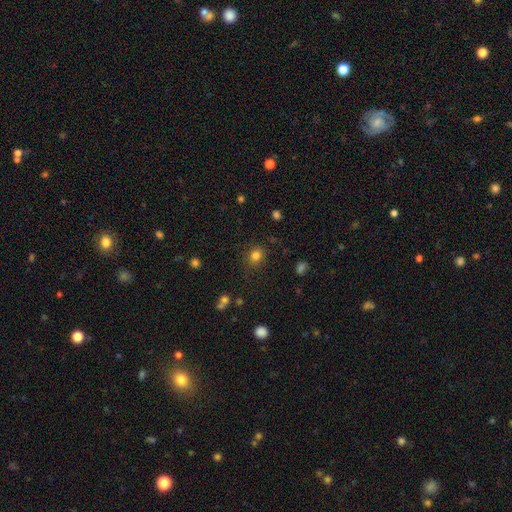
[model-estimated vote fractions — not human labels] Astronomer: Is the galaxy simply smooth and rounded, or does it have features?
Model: smooth — 80%.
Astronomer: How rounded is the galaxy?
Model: round — 77%.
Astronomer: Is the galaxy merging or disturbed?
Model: none — 84%.